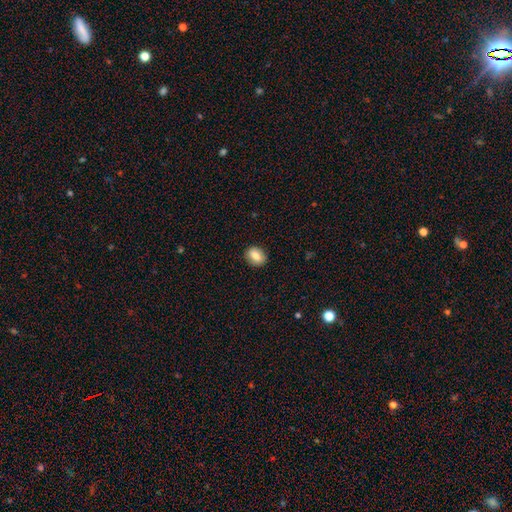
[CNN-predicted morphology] Overall: smooth (81%). How rounded: in between (59%; round 40%). Merging: none (88%).